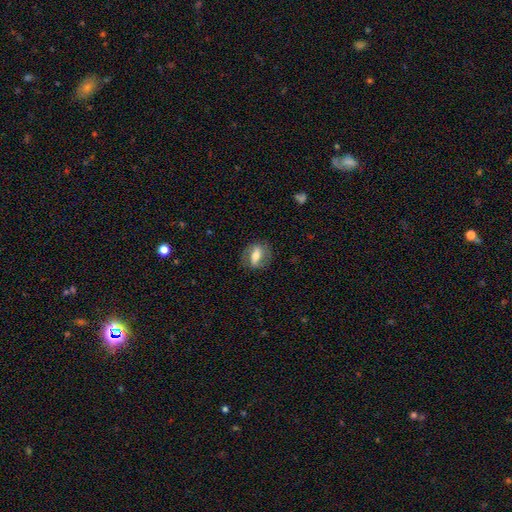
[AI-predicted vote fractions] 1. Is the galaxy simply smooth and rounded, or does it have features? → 55% featured or disk, 38% smooth, 7% star or artifact.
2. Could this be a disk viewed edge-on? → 86% no, 14% yes.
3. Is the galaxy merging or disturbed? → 78% none, 14% minor disturbance, 7% major disturbance, 1% merger.